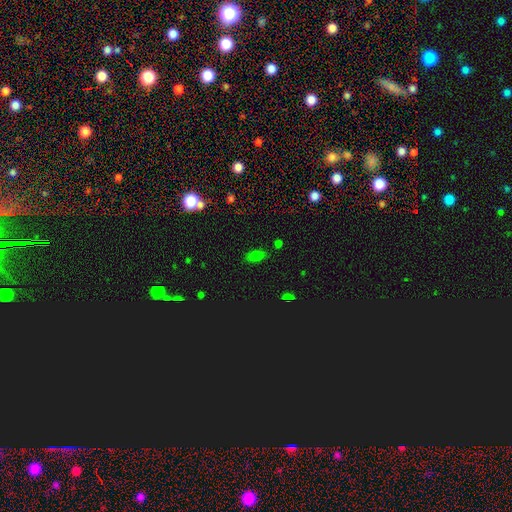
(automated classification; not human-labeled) A smooth galaxy with no disk features (68%) that is in between round and cigar-shaped (83%). Merging: none (80%).